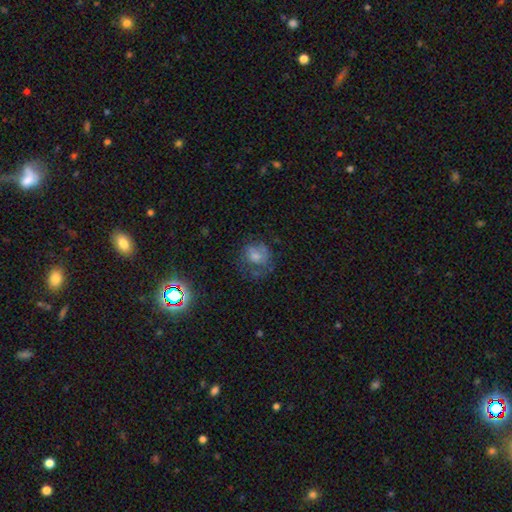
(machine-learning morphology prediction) Overall: smooth (42%; featured or disk 35%). Merging: none (56%; minor disturbance 23%).